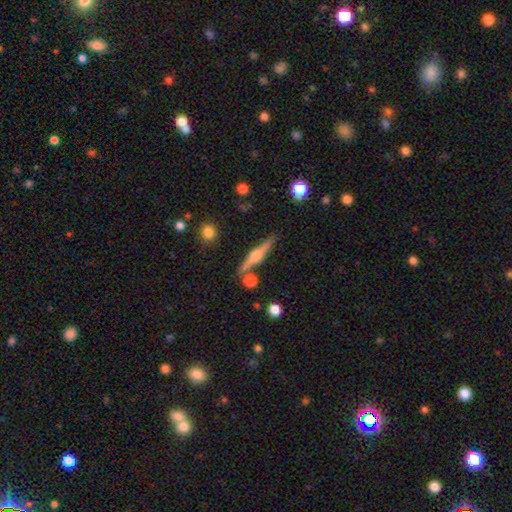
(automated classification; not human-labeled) Morphology: type=featured or disk (70%); edge-on=yes (97%); edge-on bulge=rounded (89%); merging=none (81%).